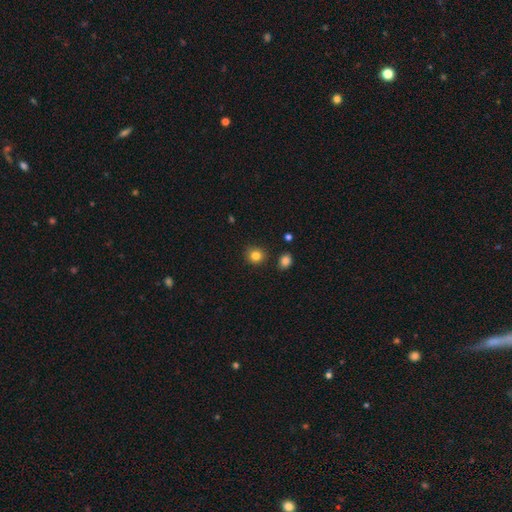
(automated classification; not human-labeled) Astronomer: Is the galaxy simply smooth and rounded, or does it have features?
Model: smooth — 83%.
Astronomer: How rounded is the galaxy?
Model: round — 88%.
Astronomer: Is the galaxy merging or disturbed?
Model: none — 87%.